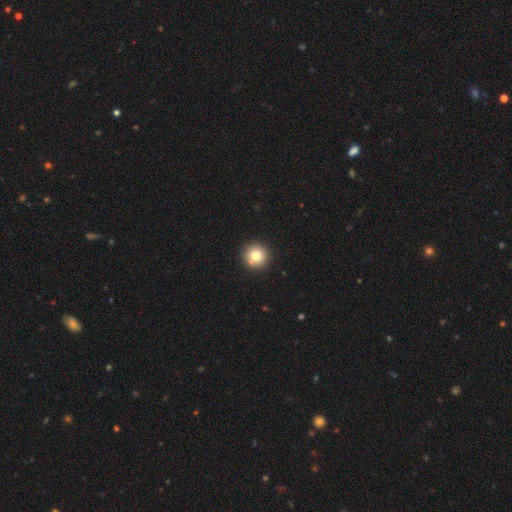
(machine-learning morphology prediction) Smooth or featured? Predicted: smooth (p=0.76). How rounded? Predicted: round (p=0.96). Merging? Predicted: none (p=0.89).